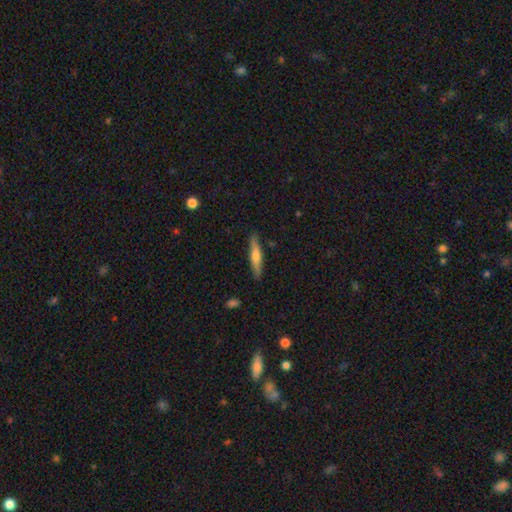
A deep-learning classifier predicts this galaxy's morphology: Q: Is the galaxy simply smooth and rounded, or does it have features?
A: smooth — 51%.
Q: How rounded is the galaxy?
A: cigar-shaped — 90%.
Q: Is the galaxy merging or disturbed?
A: none — 88%.